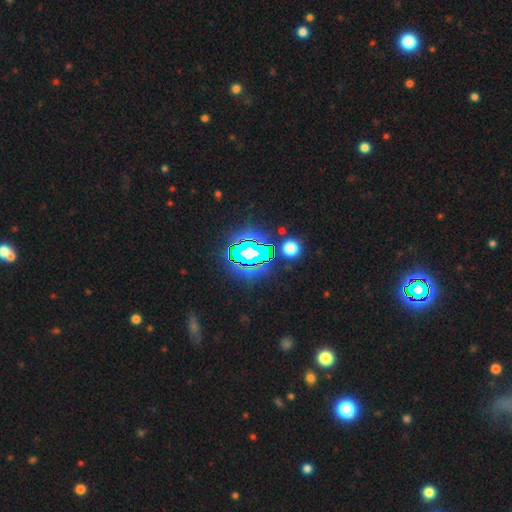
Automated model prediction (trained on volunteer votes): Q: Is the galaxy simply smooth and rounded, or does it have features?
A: star or artifact — 83%.